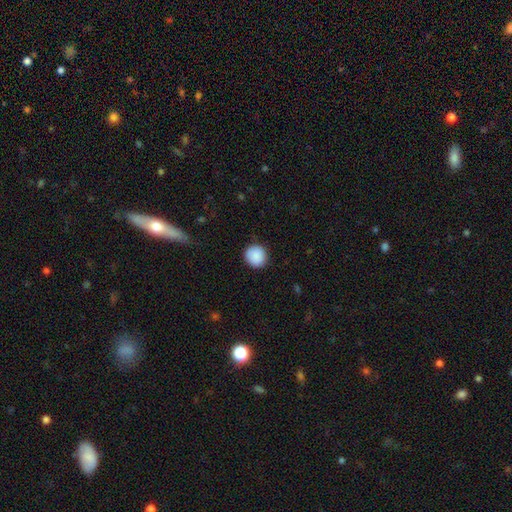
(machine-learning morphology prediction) This is clearly a smooth galaxy (90%). How rounded: clearly round (92%). Merging: clearly none (89%).